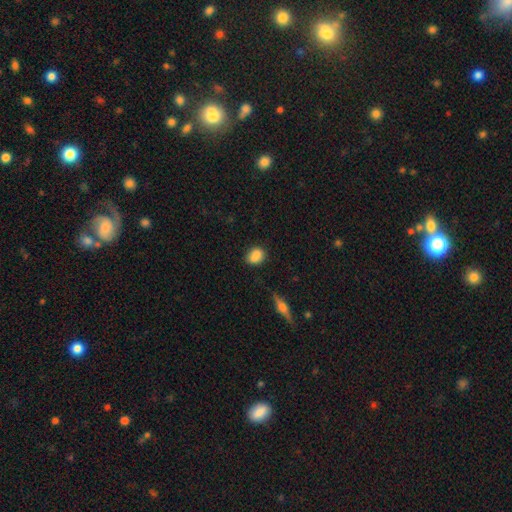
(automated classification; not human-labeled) Smooth or featured?
  - smooth: 83% *
  - star or artifact: 9%
  - featured or disk: 8%
How rounded?
  - in between: 54% *
  - round: 44%
  - cigar-shaped: 2%
Merging?
  - none: 69% *
  - minor disturbance: 18%
  - merger: 10%
  - major disturbance: 4%